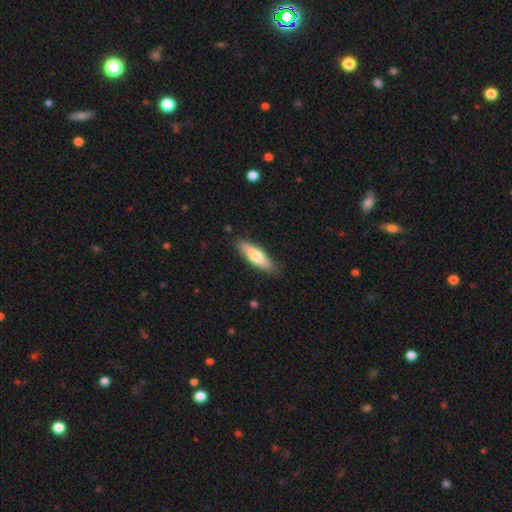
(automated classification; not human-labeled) Morphology: type=smooth (67%); roundness=cigar-shaped (57%); merging=none (85%).